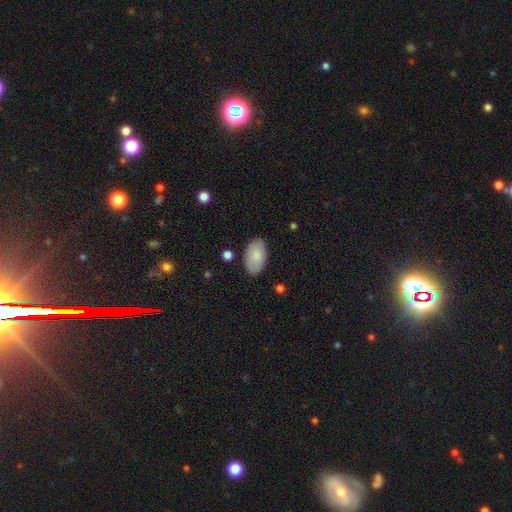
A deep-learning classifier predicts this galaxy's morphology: Smooth or featured? Predicted: smooth (p=0.84). How rounded? Predicted: in between (p=0.95). Merging? Predicted: none (p=0.85).